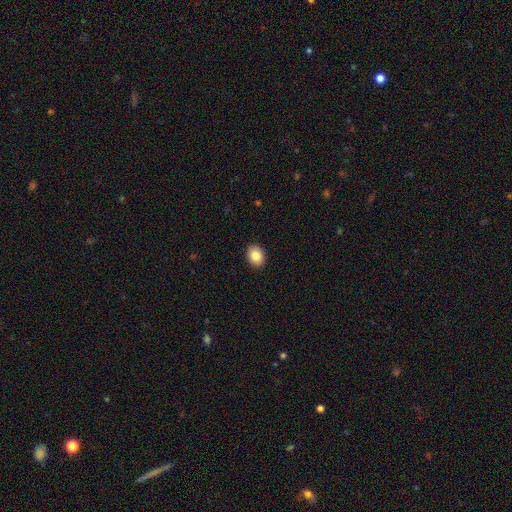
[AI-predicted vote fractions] smooth-or-featured: smooth: 85% | star or artifact: 9% | featured or disk: 6%
  how-rounded: in between: 55% | round: 44% | cigar-shaped: 1%
  merging: none: 91% | minor disturbance: 6% | major disturbance: 2% | merger: 1%